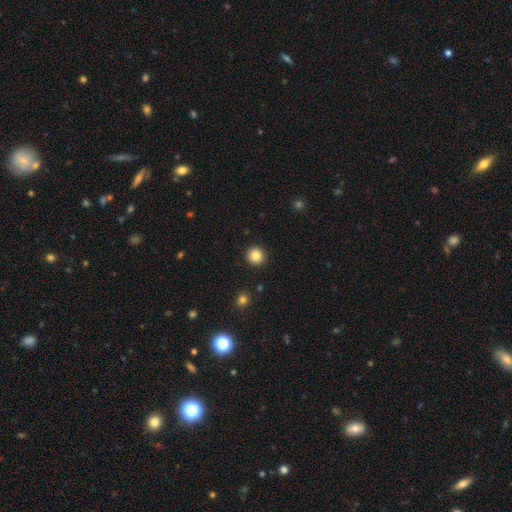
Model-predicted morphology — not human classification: This is clearly a smooth galaxy (85%). How rounded: clearly round (94%). Merging: clearly none (93%).